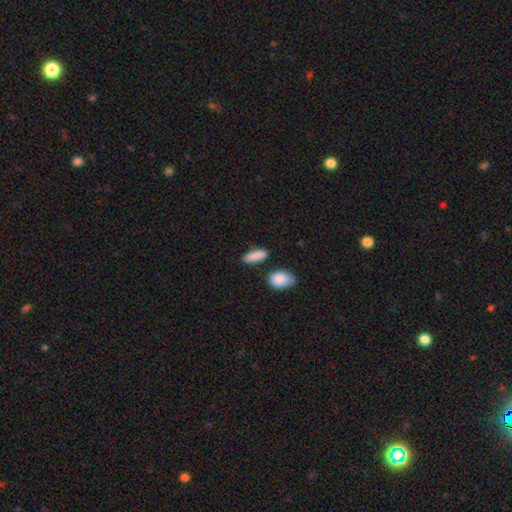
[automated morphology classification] Smooth or featured?
  - smooth: 89% *
  - star or artifact: 6%
  - featured or disk: 5%
How rounded?
  - in between: 71% *
  - cigar-shaped: 26%
  - round: 3%
Merging?
  - none: 79% *
  - minor disturbance: 12%
  - merger: 6%
  - major disturbance: 3%